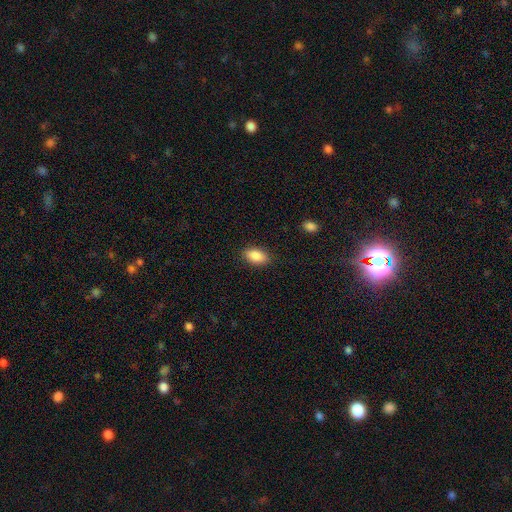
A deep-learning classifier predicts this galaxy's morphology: smooth-or-featured: smooth: 89% | star or artifact: 7% | featured or disk: 4%
  how-rounded: in between: 92% | round: 4% | cigar-shaped: 3%
  merging: none: 88% | minor disturbance: 9% | major disturbance: 2% | merger: 1%